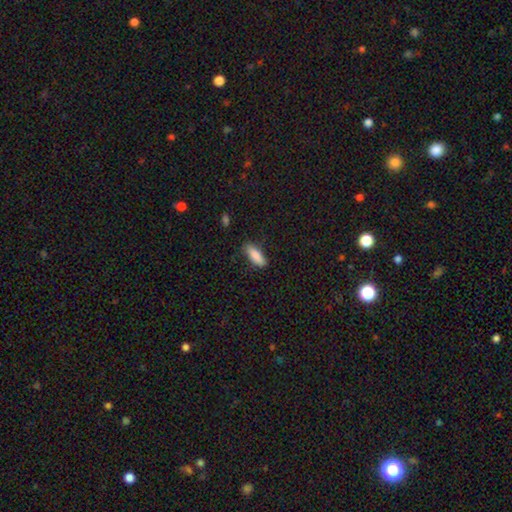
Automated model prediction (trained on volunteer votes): Smooth or featured? smooth (87%)
How rounded? in between (65%)
Merging? none (80%)